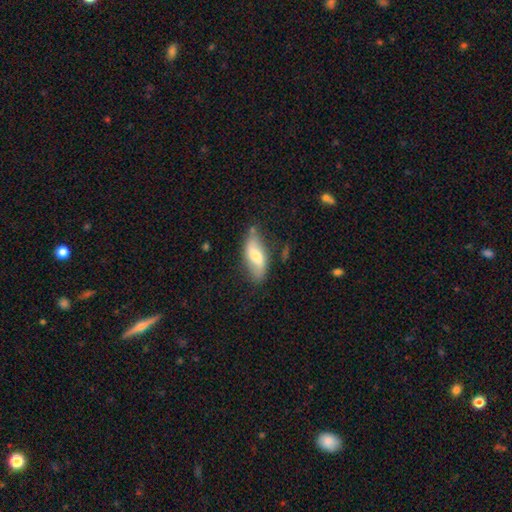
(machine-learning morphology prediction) This is possibly a featured or disk galaxy (47%). Merging: likely none (67%).